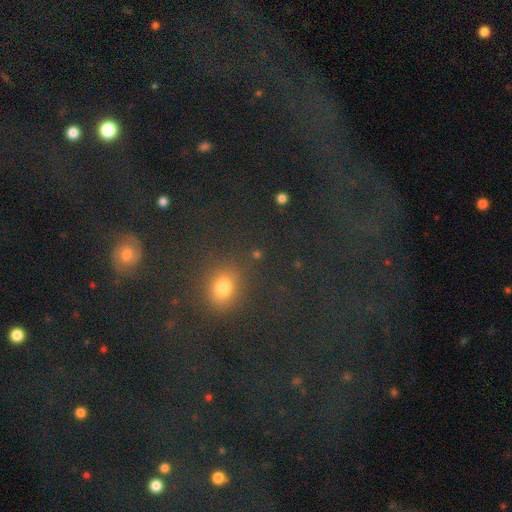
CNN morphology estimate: A smooth galaxy with no disk features (66%) that is round (57%).

Vote fractions:
- Smooth or featured? smooth: 66% / star or artifact: 25% / featured or disk: 9%
- How rounded? round: 57% / in between: 41% / cigar-shaped: 3%
- Merging? none: 81% / minor disturbance: 9% / major disturbance: 6% / merger: 4%